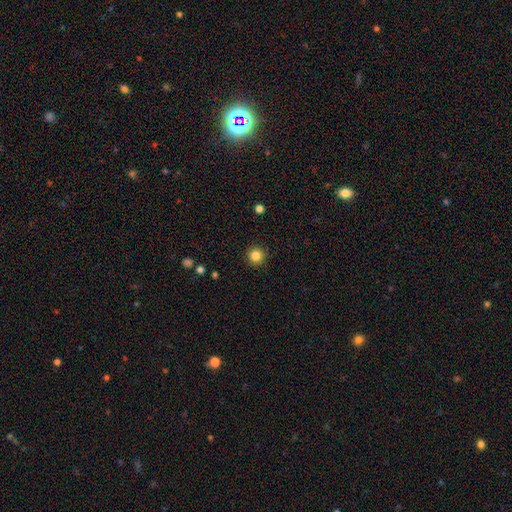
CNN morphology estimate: This is clearly a smooth galaxy (84%). How rounded: clearly round (95%). Merging: clearly none (92%).